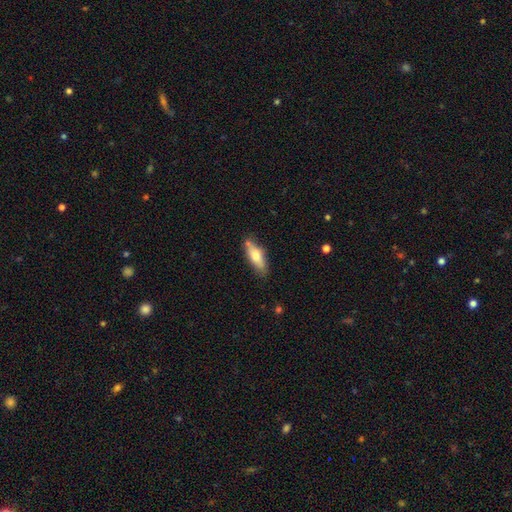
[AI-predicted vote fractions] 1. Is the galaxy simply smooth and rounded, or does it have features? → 67% smooth, 27% featured or disk, 6% star or artifact.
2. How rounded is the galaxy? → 59% in between, 38% cigar-shaped, 3% round.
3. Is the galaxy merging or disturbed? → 73% none, 17% minor disturbance, 6% merger, 3% major disturbance.